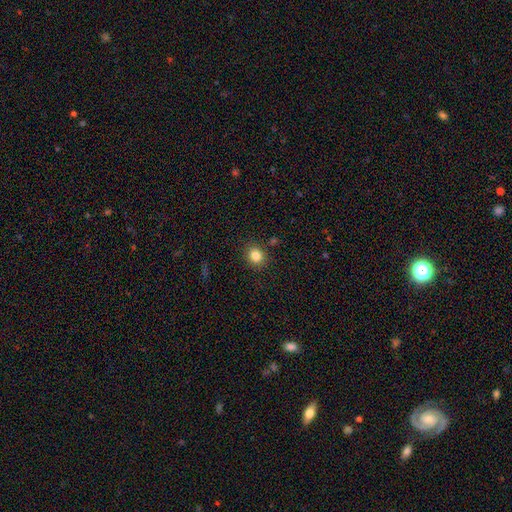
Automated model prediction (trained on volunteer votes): Smooth or featured? Predicted: smooth (p=0.83). How rounded? Predicted: round (p=0.75). Merging? Predicted: none (p=0.87).